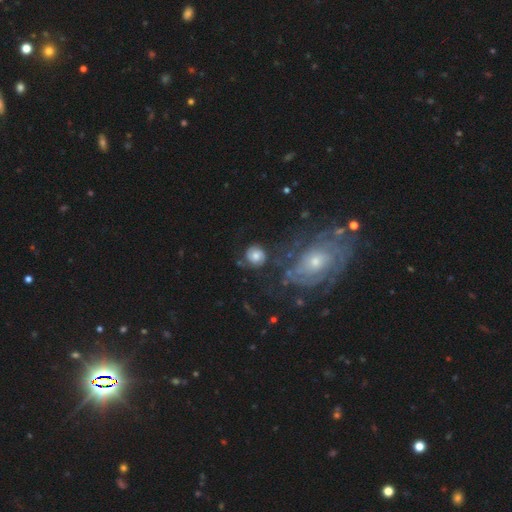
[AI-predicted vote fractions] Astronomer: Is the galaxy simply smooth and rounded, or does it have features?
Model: smooth — 53% (runner-up: featured or disk, 37%).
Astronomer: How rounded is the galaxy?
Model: round — 85%.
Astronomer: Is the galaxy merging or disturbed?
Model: none — 67%.